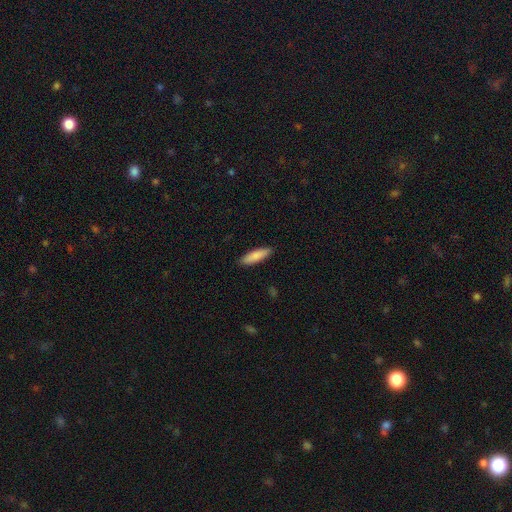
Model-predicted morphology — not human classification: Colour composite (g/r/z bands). It shows a smooth galaxy with no disk features (85%) that is cigar-shaped (64%). Merging: none (89%).